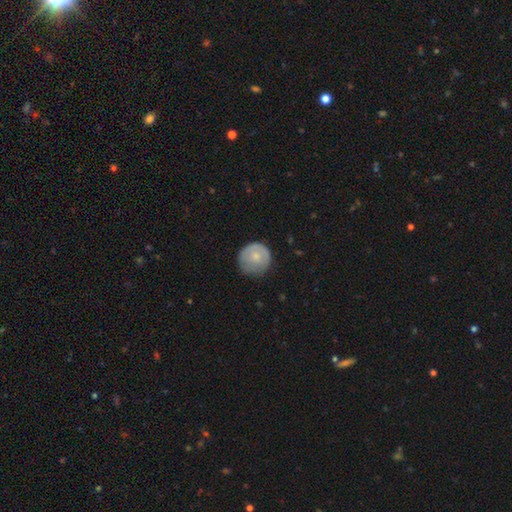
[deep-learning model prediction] smooth_or_featured: smooth (p=0.71) [alt: featured or disk p=0.23]
how_rounded: round (p=0.92) [alt: in between p=0.07]
merging: none (p=0.68) [alt: minor disturbance p=0.24]